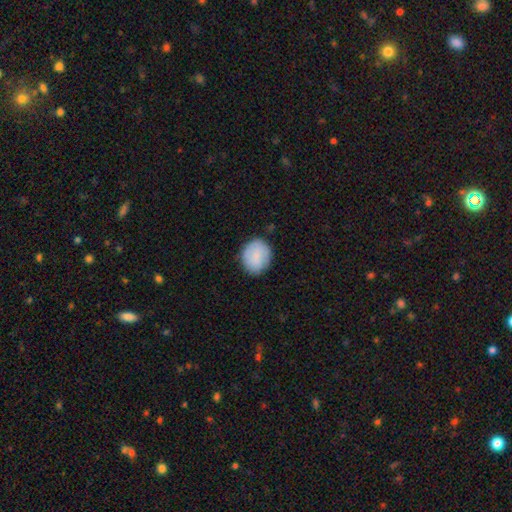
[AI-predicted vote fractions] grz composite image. It shows a smooth galaxy with no disk features (82%) that is round (69%). Merging: none (82%).